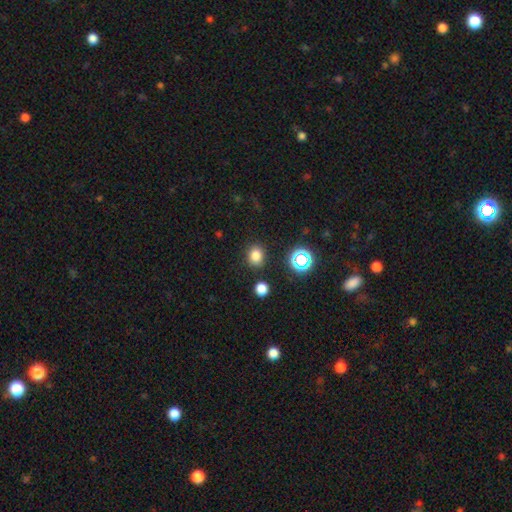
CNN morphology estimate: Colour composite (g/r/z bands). It shows a smooth galaxy with no disk features (78%) that is round (66%). Merging: none (86%).